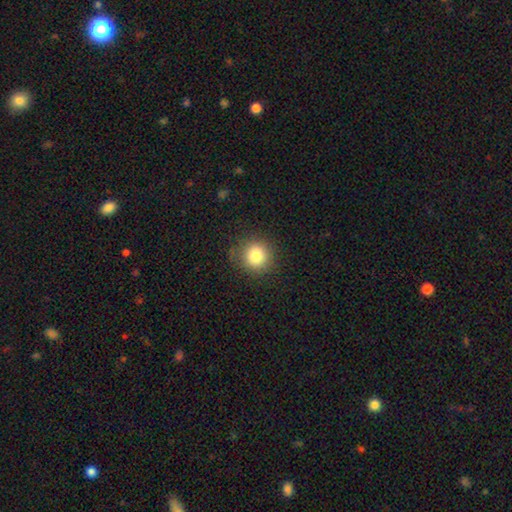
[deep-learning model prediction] Morphology: type=smooth (82%); roundness=round (92%); merging=none (87%).